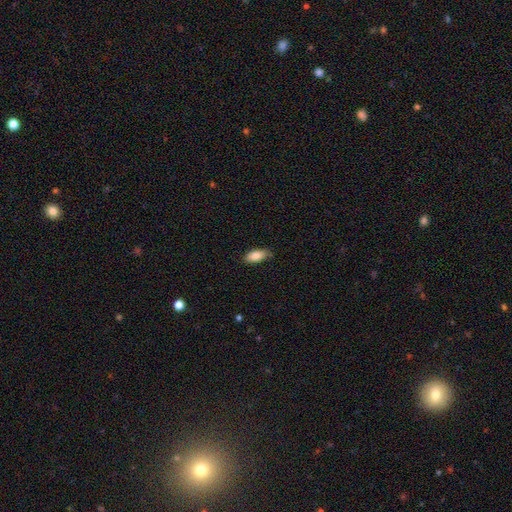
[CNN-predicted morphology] Q: Smooth or featured?
A: smooth (82%); runner-up: featured or disk (11%)
Q: How rounded?
A: in between (86%); runner-up: cigar-shaped (11%)
Q: Merging?
A: none (70%); runner-up: minor disturbance (25%)